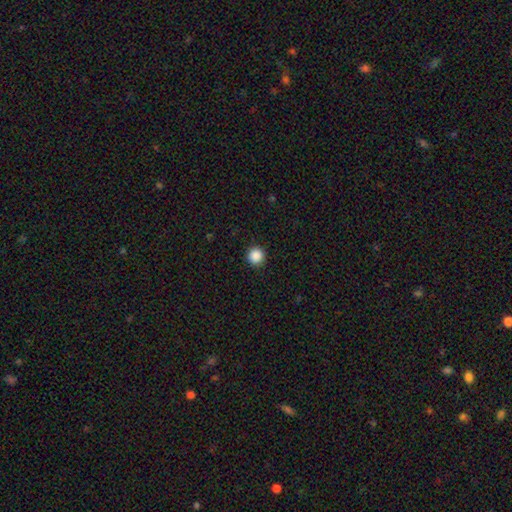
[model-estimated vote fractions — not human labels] Smooth or featured? Predicted: smooth (p=0.88). How rounded? Predicted: round (p=0.96). Merging? Predicted: none (p=0.93).